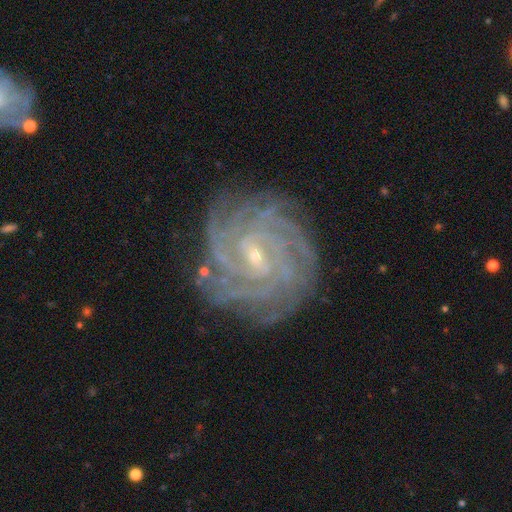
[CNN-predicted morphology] This is clearly a featured or disk galaxy (91%). It is clearly not viewed edge-on (98%). Bar: possibly weak (53%). Spiral arm pattern: clearly yes (98%). Spiral arm count: marginally 4 (28%). Spiral winding: clearly tight (81%). Central bulge: likely small (74%). Merging: clearly none (82%).